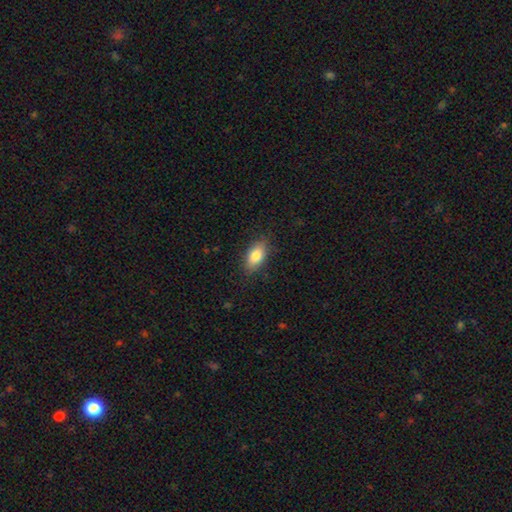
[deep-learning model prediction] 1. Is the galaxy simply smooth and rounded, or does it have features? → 83% smooth, 10% featured or disk, 7% star or artifact.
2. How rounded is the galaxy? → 88% in between, 7% cigar-shaped, 4% round.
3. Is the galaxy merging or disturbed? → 84% none, 12% minor disturbance, 3% major disturbance, 1% merger.